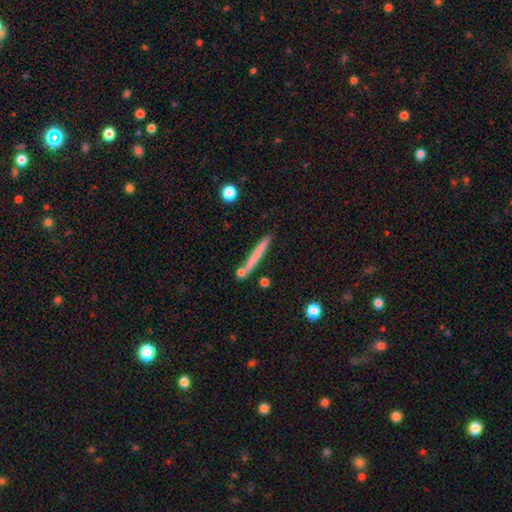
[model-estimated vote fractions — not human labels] This is likely a smooth galaxy (63%). How rounded: clearly cigar-shaped (96%). Merging: likely none (78%).